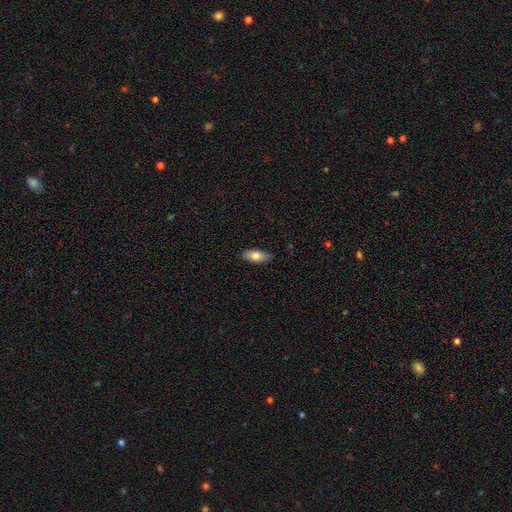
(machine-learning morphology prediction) Smooth or featured?
  - smooth: 74% *
  - featured or disk: 19%
  - star or artifact: 7%
How rounded?
  - in between: 83% *
  - cigar-shaped: 14%
  - round: 3%
Merging?
  - none: 86% *
  - minor disturbance: 11%
  - major disturbance: 2%
  - merger: 1%